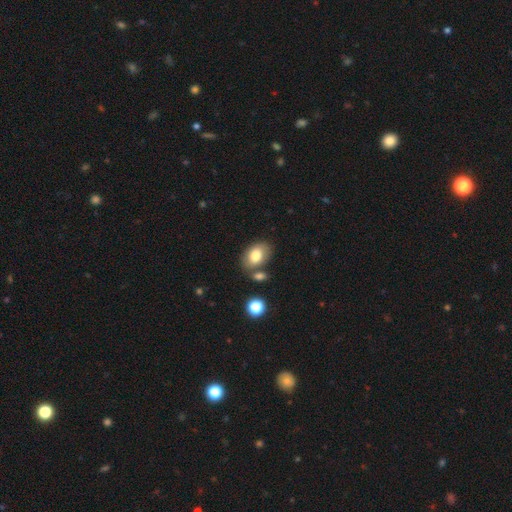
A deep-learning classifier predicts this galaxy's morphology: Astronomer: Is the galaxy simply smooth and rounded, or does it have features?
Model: smooth — 78%.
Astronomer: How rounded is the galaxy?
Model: in between — 82%.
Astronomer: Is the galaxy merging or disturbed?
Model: none — 65%.